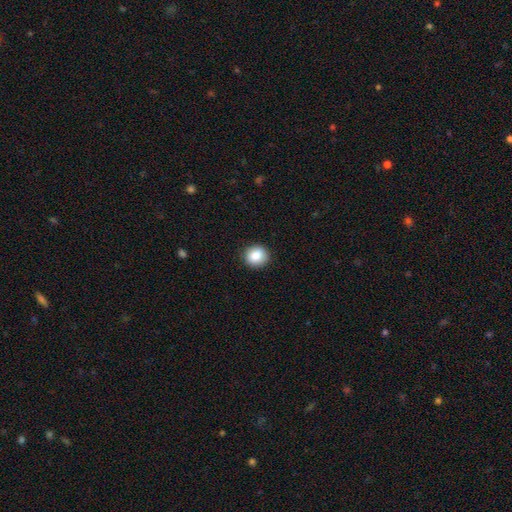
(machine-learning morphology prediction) A smooth galaxy with no disk features (86%) that is round (84%).

Vote fractions:
- Smooth or featured? smooth: 86% / star or artifact: 9% / featured or disk: 5%
- How rounded? round: 84% / in between: 15% / cigar-shaped: 1%
- Merging? none: 90% / minor disturbance: 7% / major disturbance: 2% / merger: 1%